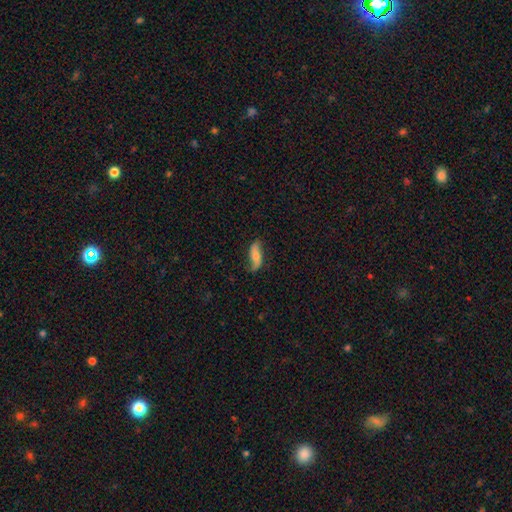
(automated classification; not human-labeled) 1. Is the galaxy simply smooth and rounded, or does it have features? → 51% featured or disk, 42% smooth, 7% star or artifact.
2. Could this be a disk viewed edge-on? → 84% no, 16% yes.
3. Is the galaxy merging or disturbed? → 69% none, 22% minor disturbance, 7% major disturbance, 2% merger.